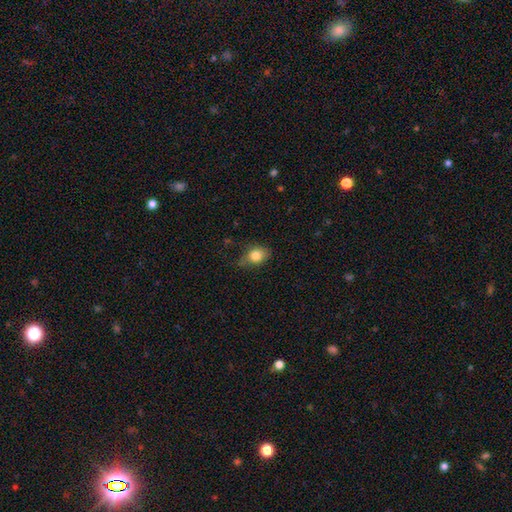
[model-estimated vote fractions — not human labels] Q: Smooth or featured?
A: smooth (80%); runner-up: featured or disk (10%)
Q: How rounded?
A: in between (60%); runner-up: round (39%)
Q: Merging?
A: none (59%); runner-up: minor disturbance (32%)